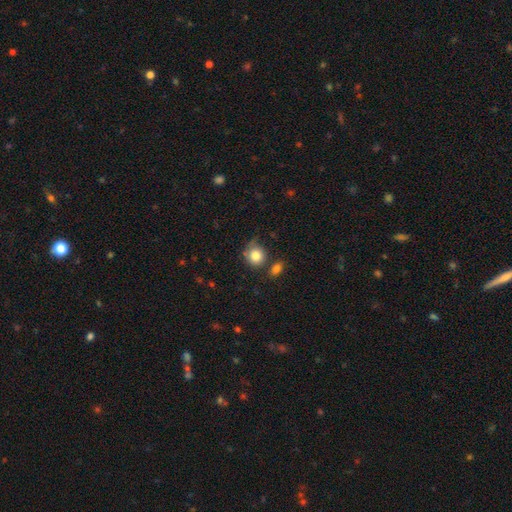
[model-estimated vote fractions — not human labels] smooth-or-featured: smooth: 82% | star or artifact: 10% | featured or disk: 8%
  how-rounded: round: 82% | in between: 17% | cigar-shaped: 1%
  merging: none: 60% | minor disturbance: 22% | merger: 12% | major disturbance: 6%